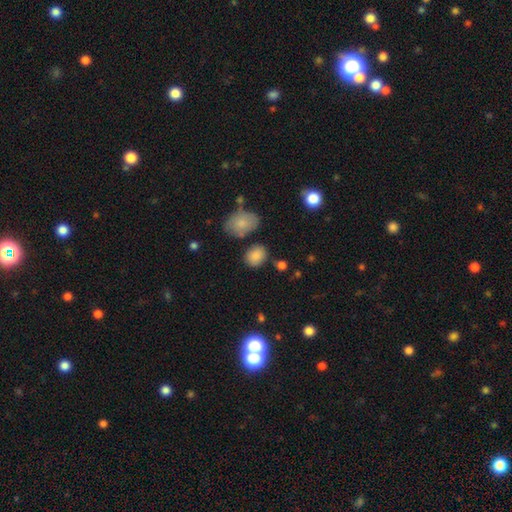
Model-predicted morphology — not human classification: This is clearly a smooth galaxy (84%). How rounded: possibly round (53%). Merging: likely none (74%).